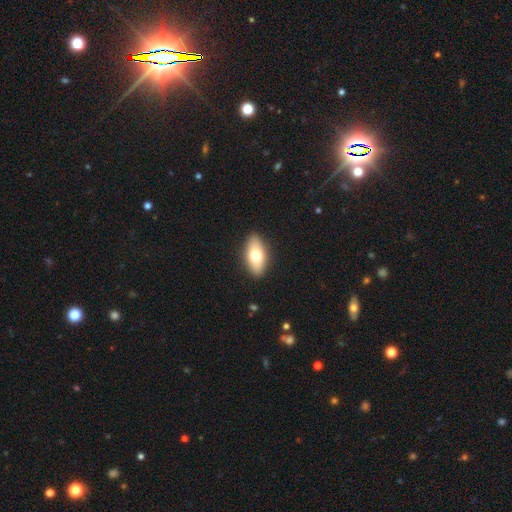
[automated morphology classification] Smooth or featured?
  - smooth: 69% *
  - featured or disk: 25%
  - star or artifact: 6%
How rounded?
  - in between: 87% *
  - cigar-shaped: 8%
  - round: 4%
Merging?
  - none: 89% *
  - minor disturbance: 8%
  - major disturbance: 2%
  - merger: 1%